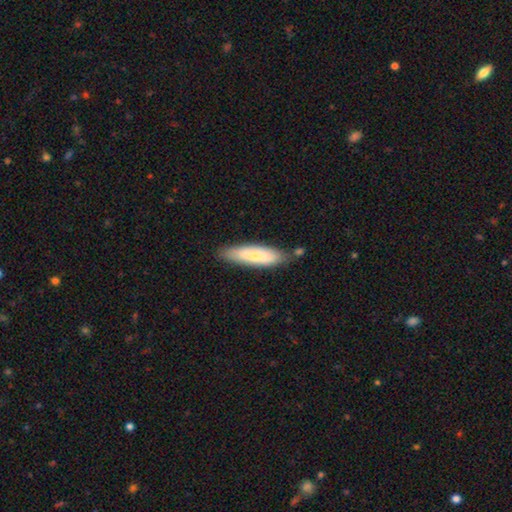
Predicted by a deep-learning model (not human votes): The model was most divided on "how rounded": cigar-shaped: 65%, in between: 34%, round: 1%. More confident: merging — none (75%); smooth or featured — smooth (67%).